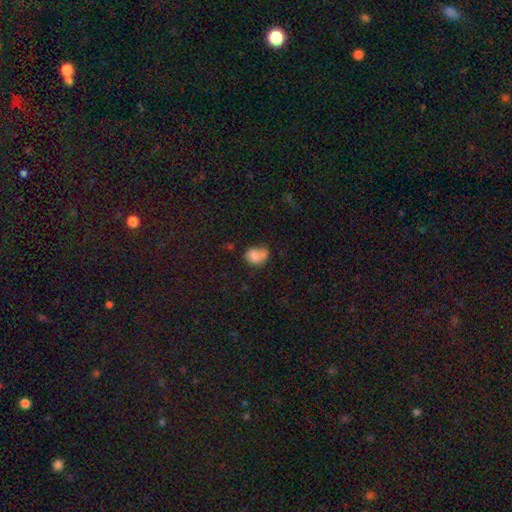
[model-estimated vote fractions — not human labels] Smooth or featured? smooth (74%)
How rounded? in between (56%)
Merging? none (33%)